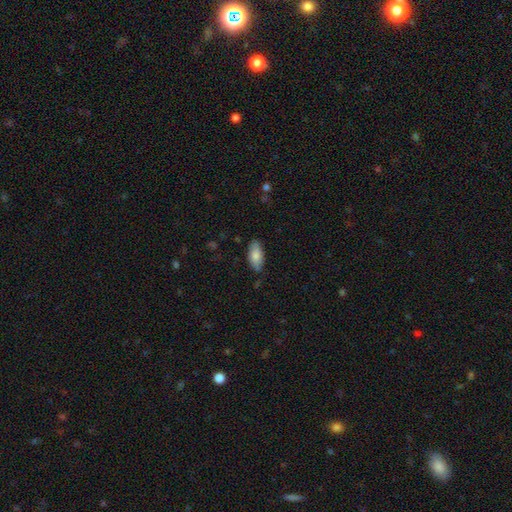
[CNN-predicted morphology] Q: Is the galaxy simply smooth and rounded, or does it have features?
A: smooth — 81%.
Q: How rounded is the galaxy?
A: in between — 89%.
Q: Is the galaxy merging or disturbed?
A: none — 78%.